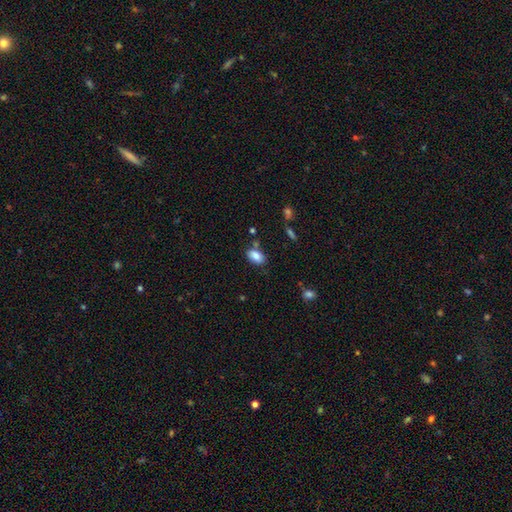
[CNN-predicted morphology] smooth_or_featured: smooth (p=0.85) [alt: star or artifact p=0.08]
how_rounded: in between (p=0.91) [alt: round p=0.07]
merging: none (p=0.72) [alt: minor disturbance p=0.15]